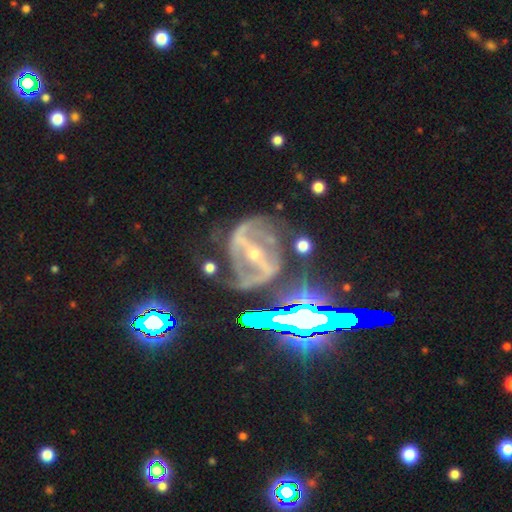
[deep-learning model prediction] The model was most divided on "spiral winding": medium: 43%, tight: 38%, loose: 19%. More confident: edge-on disk — no (92%); spiral arms — yes (92%); smooth or featured — featured or disk (82%); bar — strong (73%); bulge size — small (68%); spiral arm count — 2 (66%); merging — none (57%).